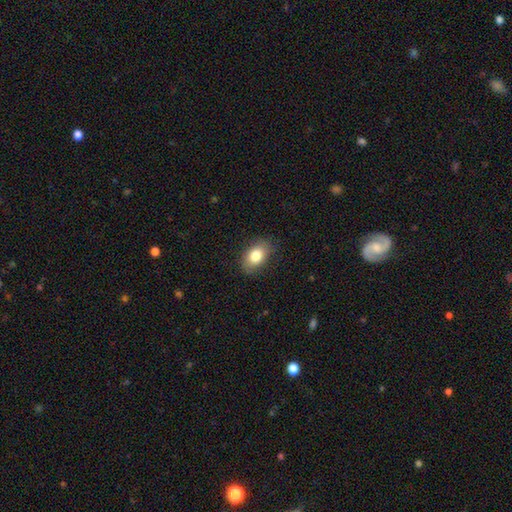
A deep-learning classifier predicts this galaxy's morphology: Smooth or featured?
  - smooth: 82% *
  - featured or disk: 10%
  - star or artifact: 8%
How rounded?
  - in between: 84% *
  - round: 15%
  - cigar-shaped: 1%
Merging?
  - none: 82% *
  - minor disturbance: 14%
  - major disturbance: 3%
  - merger: 1%